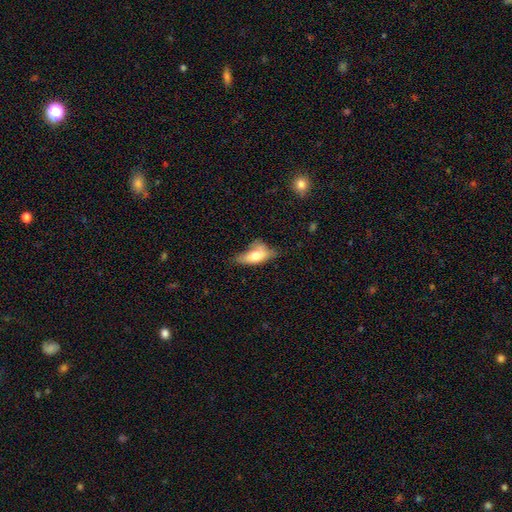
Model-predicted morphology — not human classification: Smooth or featured: smooth — 65% (featured or disk — 28%)
How rounded: in between — 79% (cigar-shaped — 17%)
Merging: minor disturbance — 35% (none — 33%)